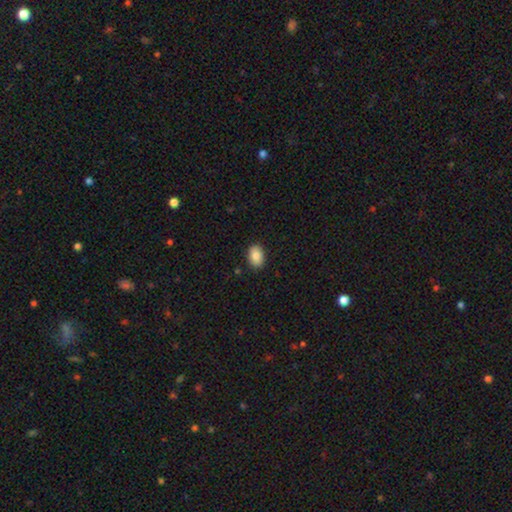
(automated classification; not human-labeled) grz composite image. It shows a smooth galaxy with no disk features (86%) that is in between round and cigar-shaped (85%). Merging: none (89%).